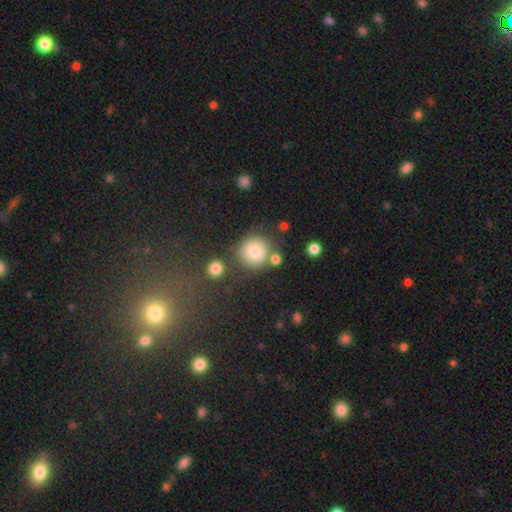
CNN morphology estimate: Smooth or featured?
  - smooth: 81% *
  - star or artifact: 10%
  - featured or disk: 9%
How rounded?
  - round: 90% *
  - in between: 9%
  - cigar-shaped: 1%
Merging?
  - none: 70% *
  - minor disturbance: 13%
  - merger: 11%
  - major disturbance: 6%